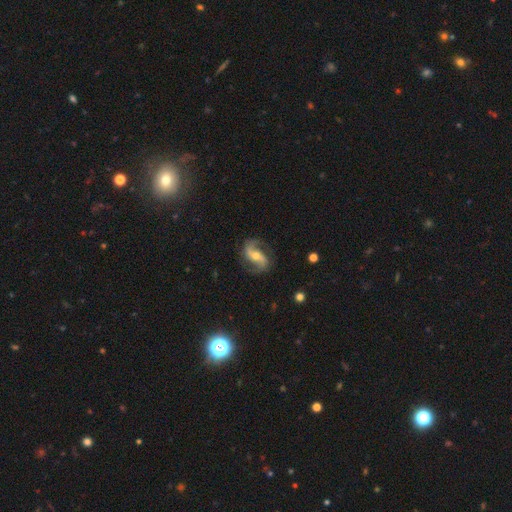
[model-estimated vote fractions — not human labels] The model was most divided on "bar": weak: 38%, no: 32%, strong: 30%. Remaining: edge-on disk — no (97%); spiral arms — yes (97%); spiral arm count — 2 (93%); smooth or featured — featured or disk (89%); merging — none (81%); bulge size — moderate (55%); spiral winding — medium (47%).